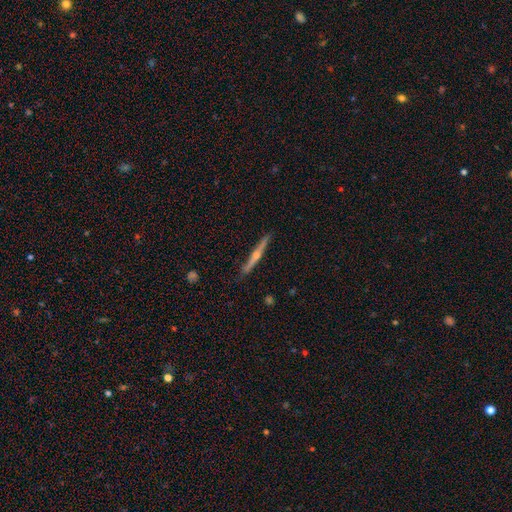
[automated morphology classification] Overall: featured or disk (70%). Edge-on disk: yes (98%). Edge-on bulge: rounded (82%). Merging: none (88%).